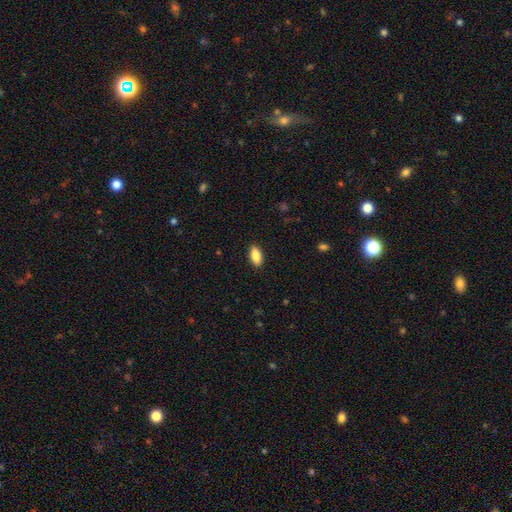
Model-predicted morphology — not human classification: A smooth galaxy with no disk features (88%) that is in between round and cigar-shaped (91%).

Vote fractions:
- Smooth or featured? smooth: 88% / star or artifact: 7% / featured or disk: 5%
- How rounded? in between: 91% / cigar-shaped: 7% / round: 3%
- Merging? none: 90% / minor disturbance: 8% / major disturbance: 2% / merger: 1%